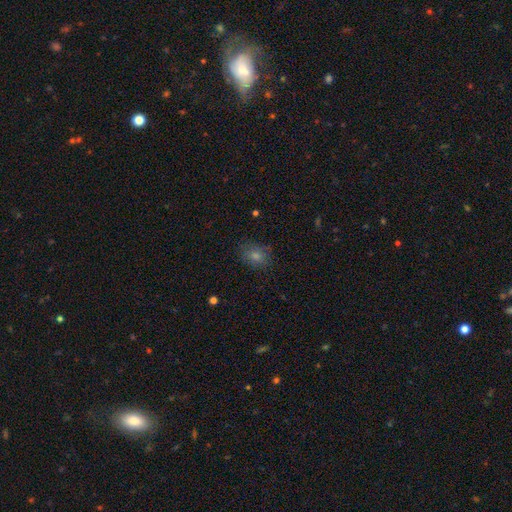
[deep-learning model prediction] Smooth or featured? Predicted: smooth (p=0.66). How rounded? Predicted: in between (p=0.50). Merging? Predicted: none (p=0.81).